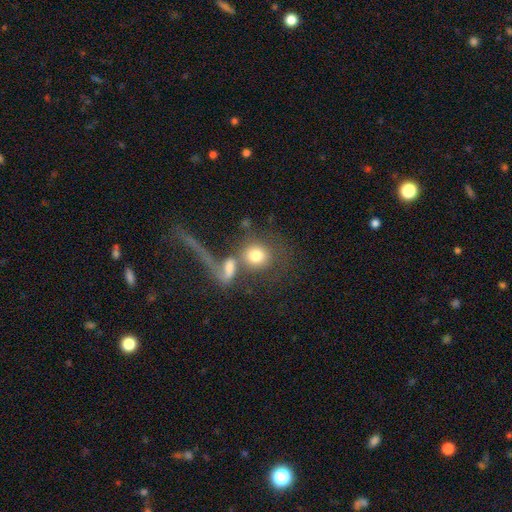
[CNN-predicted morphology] The model was most divided on "merging": merger: 46%, none: 30%, major disturbance: 15%, minor disturbance: 8%. More confident: how rounded — round (76%); smooth or featured — smooth (71%).